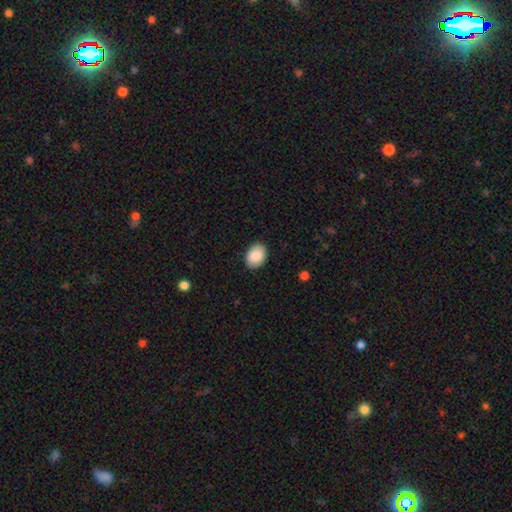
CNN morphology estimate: Smooth or featured?
  - smooth: 88% *
  - star or artifact: 7%
  - featured or disk: 5%
How rounded?
  - in between: 77% *
  - round: 22%
  - cigar-shaped: 1%
Merging?
  - none: 88% *
  - minor disturbance: 9%
  - major disturbance: 2%
  - merger: 1%